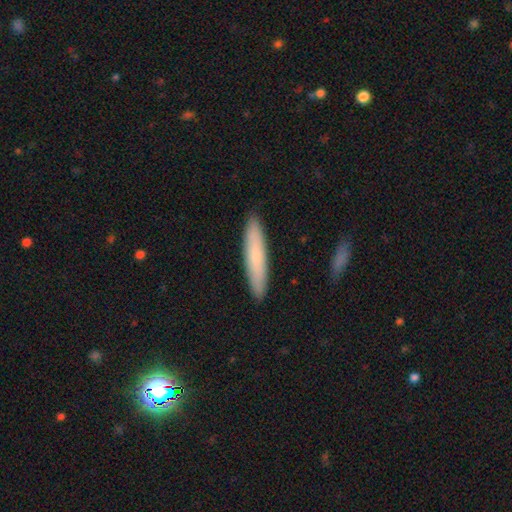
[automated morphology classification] The model was most divided on "smooth or featured": smooth: 72%, featured or disk: 23%, star or artifact: 6%. More confident: merging — none (91%); how rounded — cigar-shaped (90%).